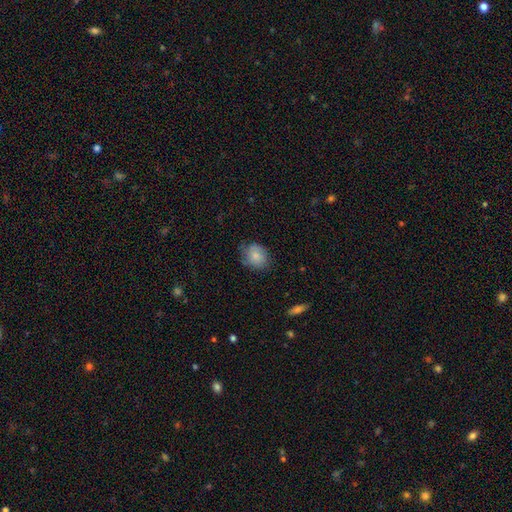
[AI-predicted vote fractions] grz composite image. It shows a smooth galaxy with no disk features (79%) that is round (56%). Merging: none (67%).